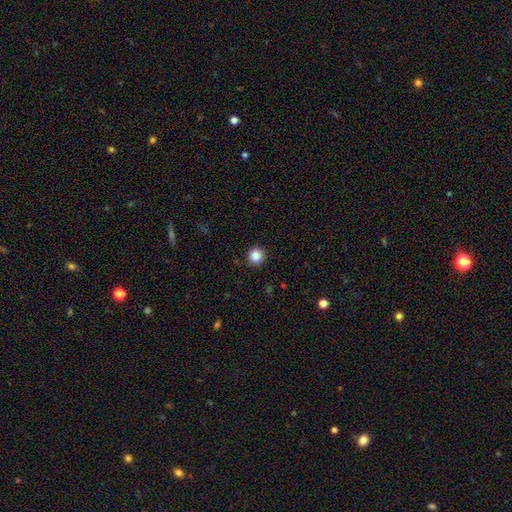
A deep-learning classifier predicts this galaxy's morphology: A smooth galaxy with no disk features (86%) that is round (95%).

Vote fractions:
- Smooth or featured? smooth: 86% / star or artifact: 10% / featured or disk: 3%
- How rounded? round: 95% / in between: 4% / cigar-shaped: 1%
- Merging? none: 91% / minor disturbance: 6% / major disturbance: 2% / merger: 1%